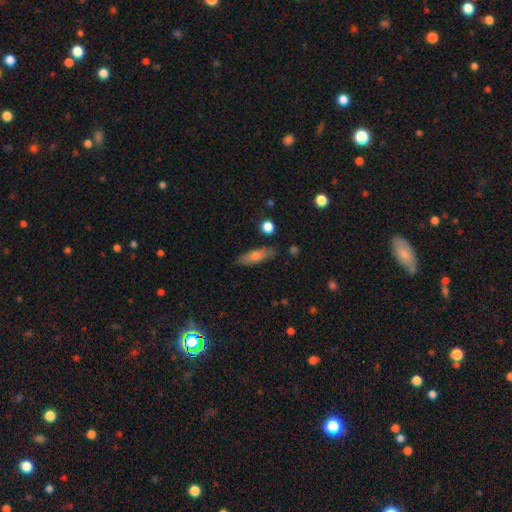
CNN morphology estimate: The model was most divided on "how rounded": cigar-shaped: 52%, in between: 45%, round: 3%. More confident: merging — none (84%); smooth or featured — smooth (67%).